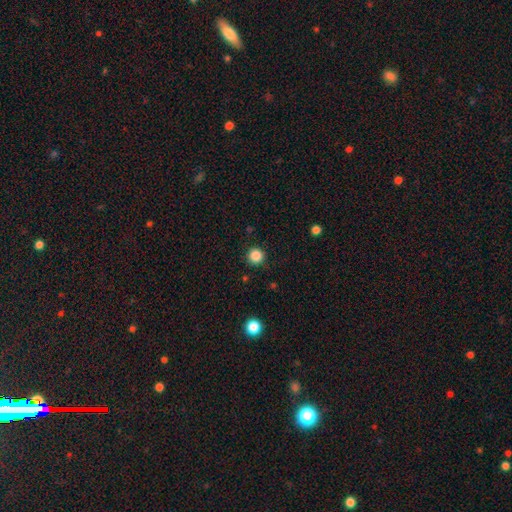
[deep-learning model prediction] Q: Smooth or featured?
A: smooth (86%); runner-up: star or artifact (11%)
Q: How rounded?
A: round (95%); runner-up: in between (4%)
Q: Merging?
A: none (91%); runner-up: minor disturbance (6%)